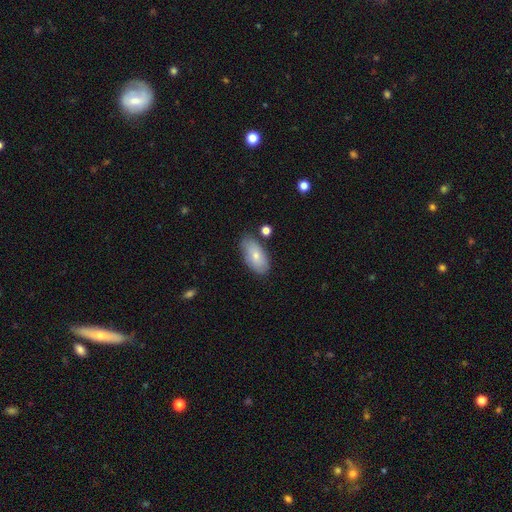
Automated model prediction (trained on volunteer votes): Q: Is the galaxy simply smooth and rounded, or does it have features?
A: smooth — 73%.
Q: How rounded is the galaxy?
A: in between — 93%.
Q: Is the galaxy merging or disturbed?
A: none — 76%.